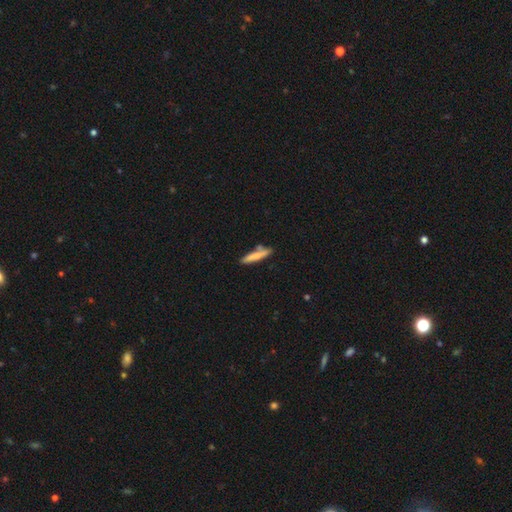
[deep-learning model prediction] The model was most divided on "smooth or featured": smooth: 71%, featured or disk: 23%, star or artifact: 6%. More confident: how rounded — cigar-shaped (89%); merging — none (71%).